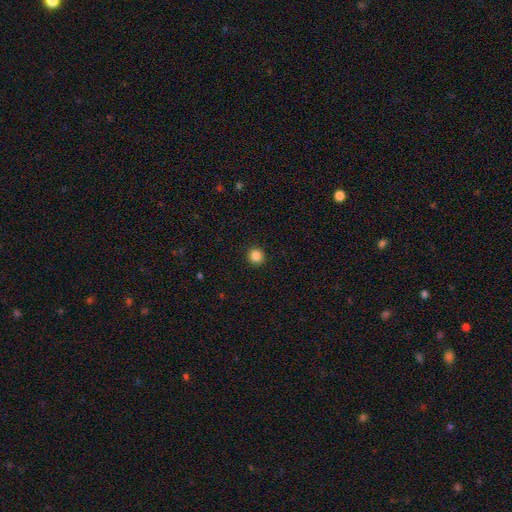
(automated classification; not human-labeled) A smooth galaxy with no disk features (86%) that is round (94%). Merging: none (93%).